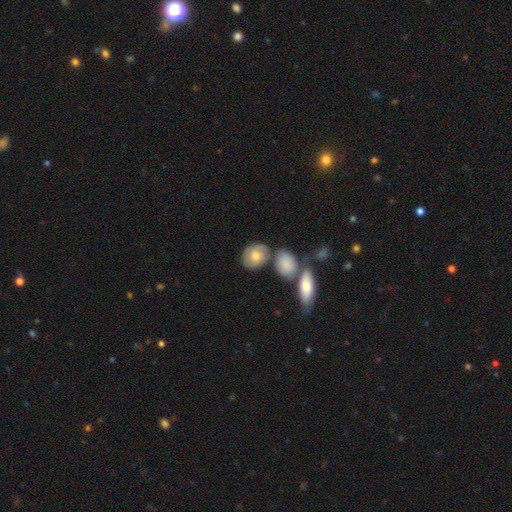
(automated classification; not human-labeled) Overall: smooth (66%; featured or disk 27%). How rounded: in between (58%; round 40%). Merging: none (60%).